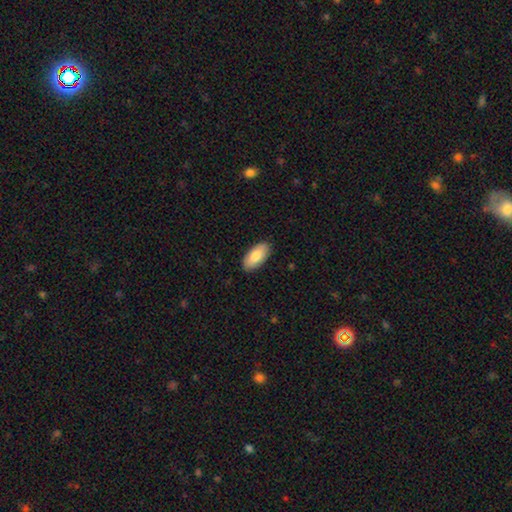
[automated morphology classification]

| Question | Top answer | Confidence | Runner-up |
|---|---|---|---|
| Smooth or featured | smooth | 82% | featured or disk (13%) |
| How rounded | in between | 93% | cigar-shaped (5%) |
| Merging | none | 89% | minor disturbance (8%) |